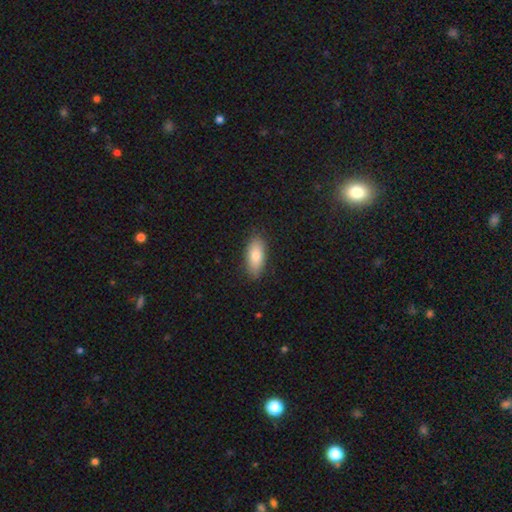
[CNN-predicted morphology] smooth 80%, featured or disk 14%, star or artifact 7%. Down the decision tree: how rounded — in between (83%); merging — none (86%).